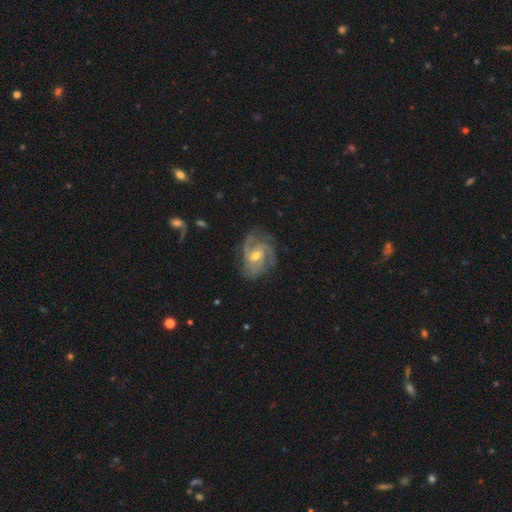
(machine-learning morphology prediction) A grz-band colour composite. It shows a featured or disk galaxy (89%) with a weak bar (45%), 3 (42%) medium (45%) spiral arms (97%) and a moderate central bulge (58%). Merging: none (70%).